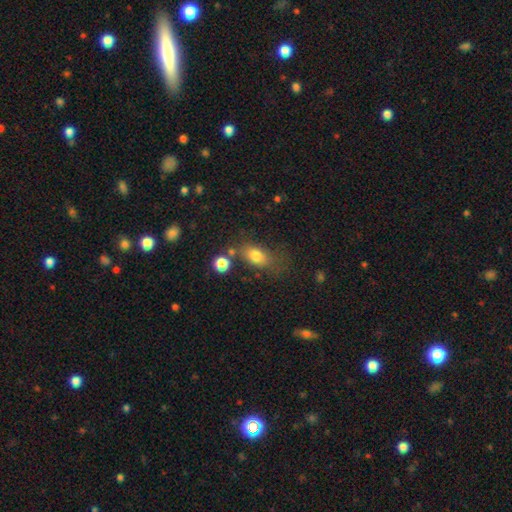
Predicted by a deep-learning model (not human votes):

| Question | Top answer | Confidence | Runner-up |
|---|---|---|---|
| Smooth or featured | smooth | 78% | featured or disk (11%) |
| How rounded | in between | 79% | round (17%) |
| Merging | none | 58% | minor disturbance (20%) |